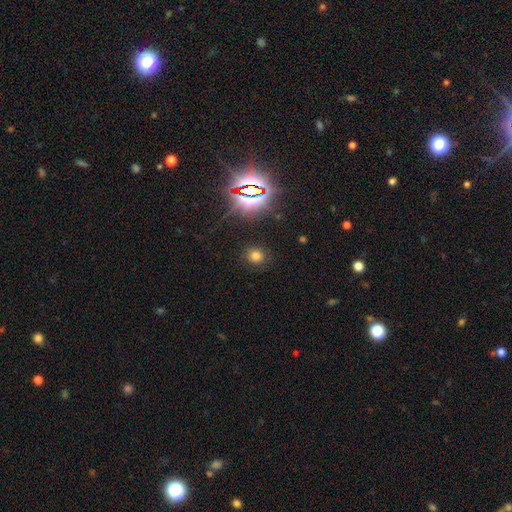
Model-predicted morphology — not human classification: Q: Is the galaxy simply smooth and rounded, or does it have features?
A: smooth — 69%.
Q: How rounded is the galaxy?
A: round — 85%.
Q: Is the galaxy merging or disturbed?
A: none — 88%.